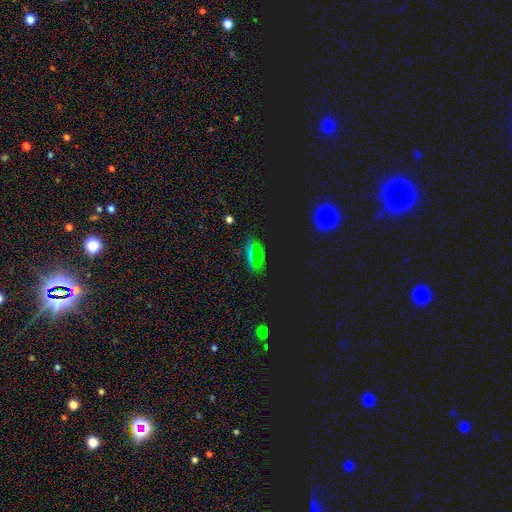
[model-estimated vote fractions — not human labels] The model was most divided on "smooth or featured": smooth: 52%, star or artifact: 40%, featured or disk: 8%. More confident: merging — none (82%); how rounded — in between (79%).